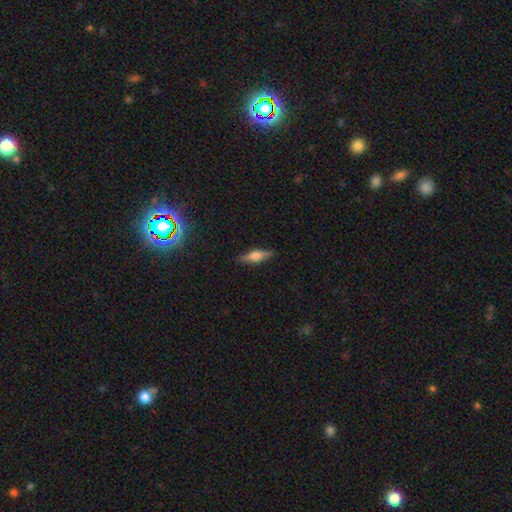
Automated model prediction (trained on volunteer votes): Smooth or featured? featured or disk (56%)
Edge-on disk? yes (96%)
Edge-on bulge? rounded (82%)
Merging? none (87%)